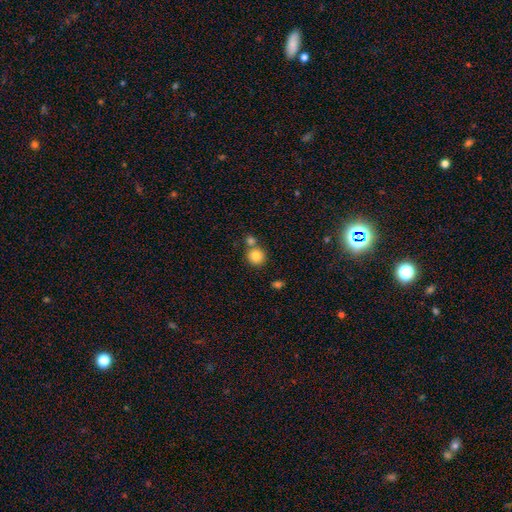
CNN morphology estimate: This appears to be a smooth galaxy with no disk features (82%) that is round (91%). Merging: none (64%).